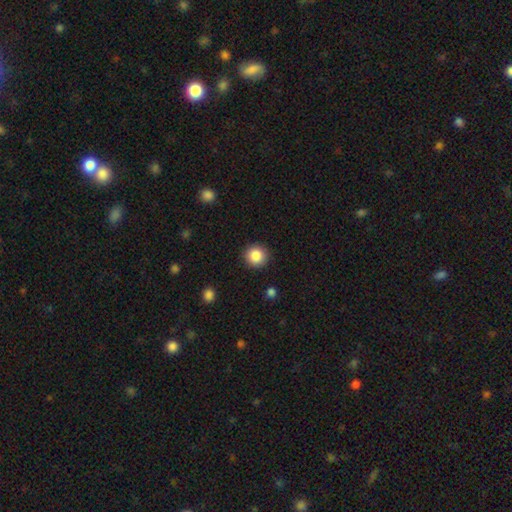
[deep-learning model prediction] Smooth or featured? smooth (86%)
How rounded? round (94%)
Merging? none (91%)